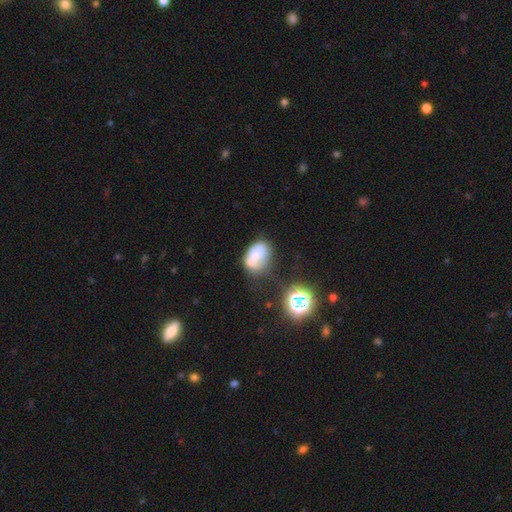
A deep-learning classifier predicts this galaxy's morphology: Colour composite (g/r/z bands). It shows a smooth galaxy with no disk features (54%) that is in between round and cigar-shaped (80%). Merging: none (29%).